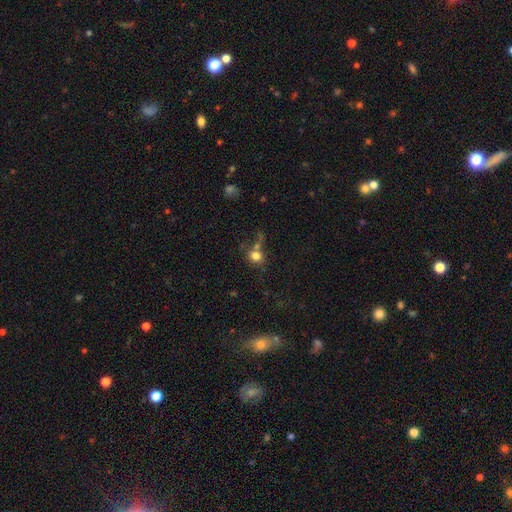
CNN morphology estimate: A smooth galaxy with no disk features (78%) that is round (77%). Merging: none (52%).